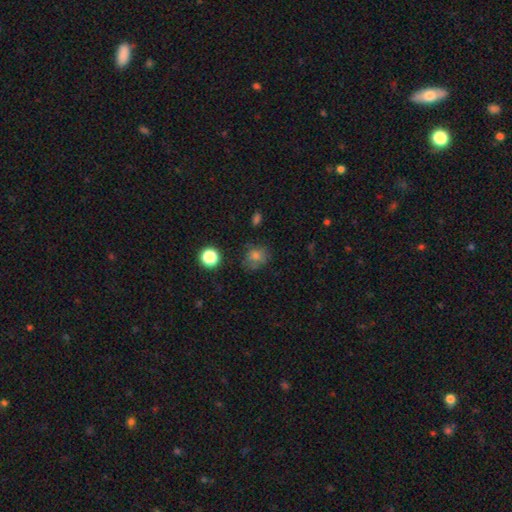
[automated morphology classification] Smooth or featured?
  - smooth: 73% *
  - star or artifact: 17%
  - featured or disk: 10%
How rounded?
  - round: 70% *
  - in between: 29%
  - cigar-shaped: 1%
Merging?
  - none: 67% *
  - minor disturbance: 21%
  - major disturbance: 8%
  - merger: 4%